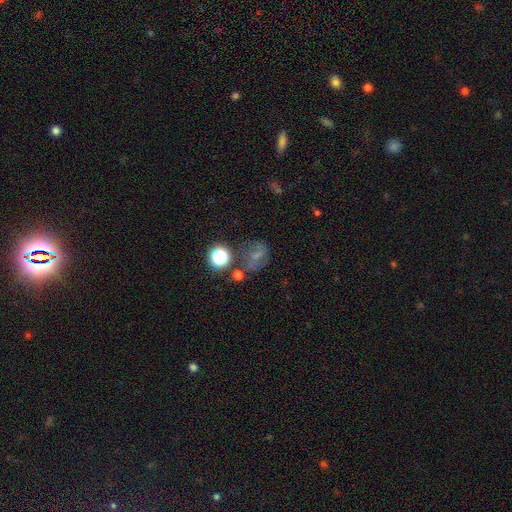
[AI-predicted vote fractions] smooth_or_featured: smooth (p=0.40) [alt: featured or disk p=0.32]
merging: none (p=0.55) [alt: minor disturbance p=0.20]